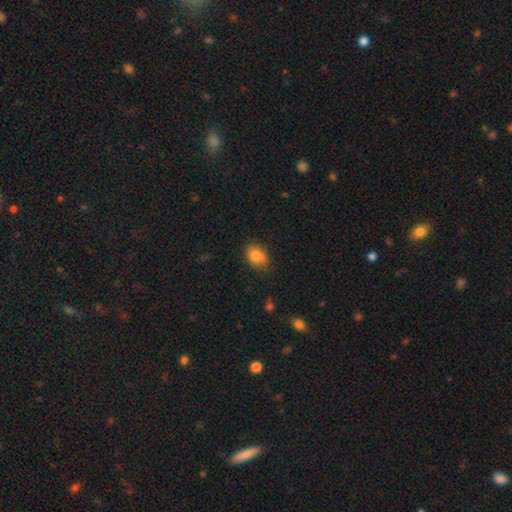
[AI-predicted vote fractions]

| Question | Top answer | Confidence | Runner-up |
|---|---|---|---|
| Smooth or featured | smooth | 82% | star or artifact (9%) |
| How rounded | in between | 64% | round (35%) |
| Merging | none | 71% | minor disturbance (23%) |